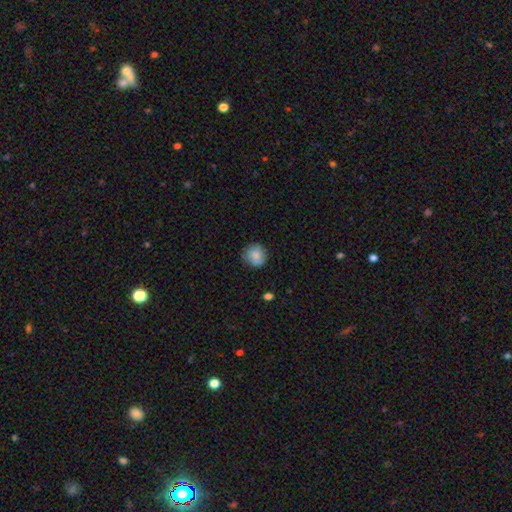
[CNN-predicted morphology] A smooth galaxy with no disk features (80%) that is round (89%). Merging: none (79%).